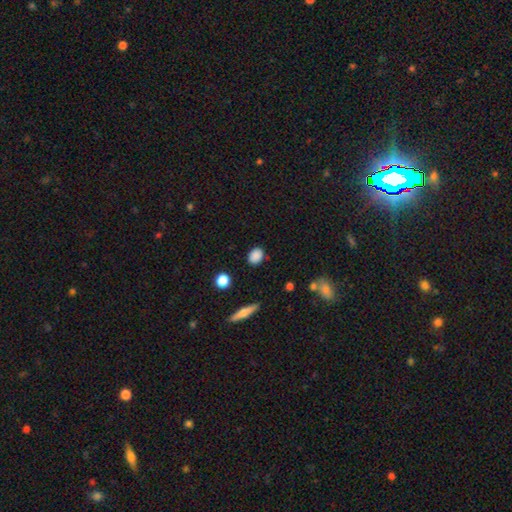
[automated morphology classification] A smooth galaxy with no disk features (86%) that is in between round and cigar-shaped (59%).

Vote fractions:
- Smooth or featured? smooth: 86% / star or artifact: 9% / featured or disk: 5%
- How rounded? in between: 59% / round: 39% / cigar-shaped: 2%
- Merging? none: 85% / minor disturbance: 11% / major disturbance: 3% / merger: 2%